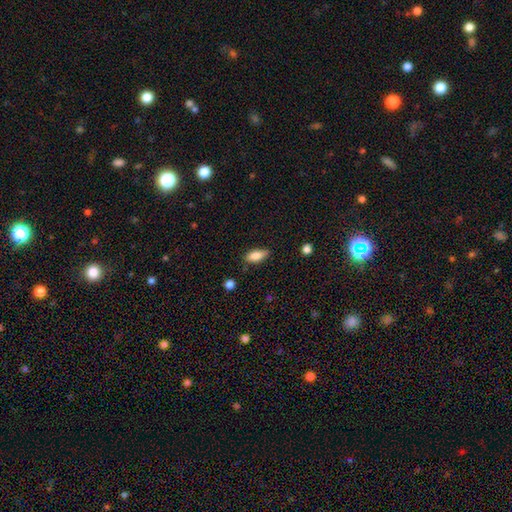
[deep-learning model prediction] This is clearly a smooth galaxy (82%). How rounded: clearly in between (82%). Merging: likely none (78%).